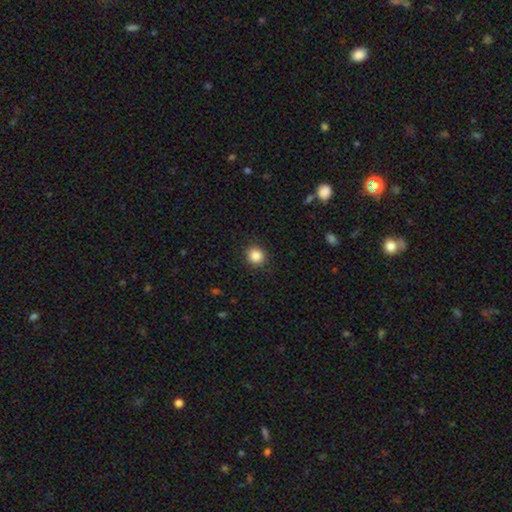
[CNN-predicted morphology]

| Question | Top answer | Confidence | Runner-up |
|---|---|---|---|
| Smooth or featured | smooth | 86% | star or artifact (10%) |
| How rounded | round | 86% | in between (13%) |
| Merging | none | 90% | minor disturbance (7%) |